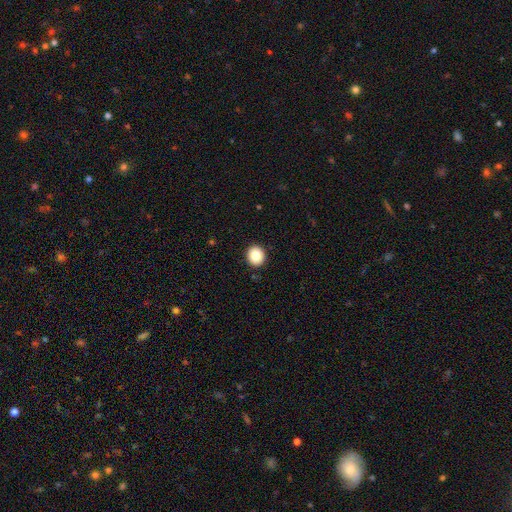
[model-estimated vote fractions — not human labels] smooth 83%, star or artifact 9%, featured or disk 8%. Down the decision tree: how rounded — round (83%); merging — none (92%).